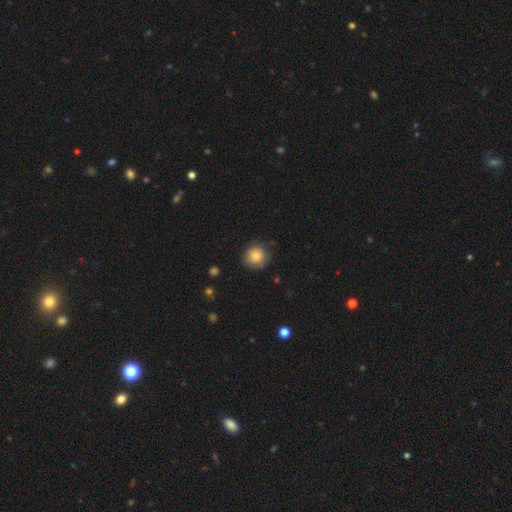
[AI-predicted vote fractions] A smooth galaxy with no disk features (80%) that is round (91%).

Vote fractions:
- Smooth or featured? smooth: 80% / featured or disk: 11% / star or artifact: 9%
- How rounded? round: 91% / in between: 8% / cigar-shaped: 1%
- Merging? none: 79% / minor disturbance: 16% / major disturbance: 4% / merger: 1%